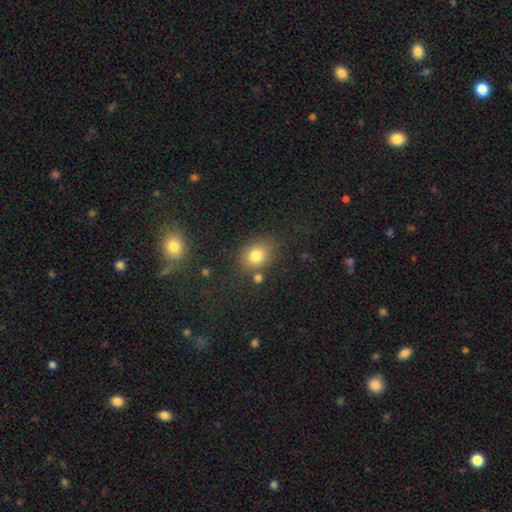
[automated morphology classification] This is likely a smooth galaxy (80%). How rounded: possibly round (51%). Merging: likely none (71%).